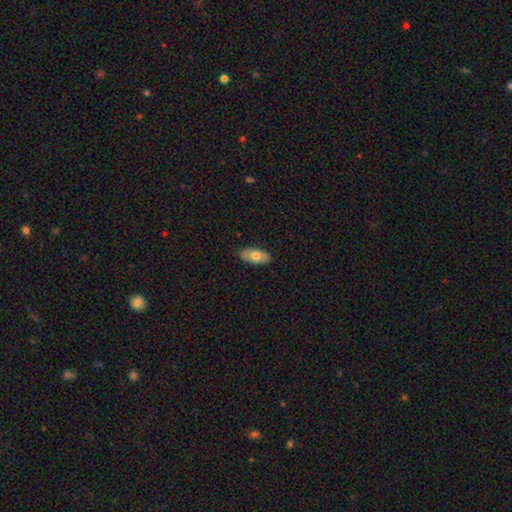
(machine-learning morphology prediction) Smooth or featured?
  - smooth: 71% *
  - featured or disk: 23%
  - star or artifact: 6%
How rounded?
  - in between: 88% *
  - cigar-shaped: 9%
  - round: 3%
Merging?
  - none: 86% *
  - minor disturbance: 11%
  - major disturbance: 2%
  - merger: 1%